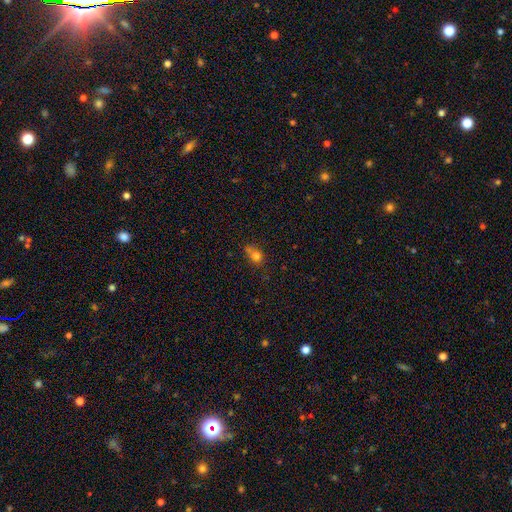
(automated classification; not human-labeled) smooth_or_featured: smooth (p=0.77) [alt: star or artifact p=0.14]
how_rounded: round (p=0.61) [alt: in between p=0.38]
merging: none (p=0.47) [alt: minor disturbance p=0.25]